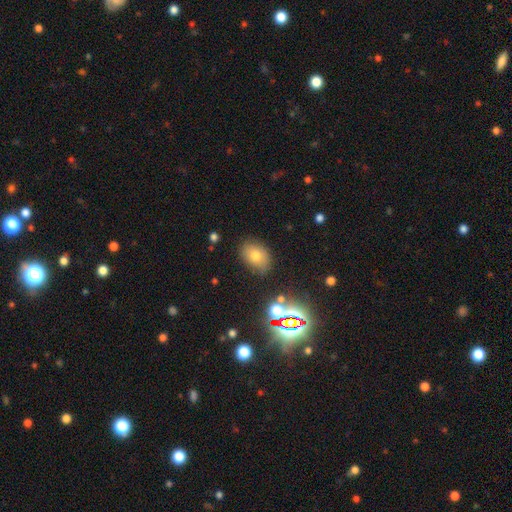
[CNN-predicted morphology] This appears to be a smooth galaxy with no disk features (69%) that is in between round and cigar-shaped (73%). Merging: none (79%).